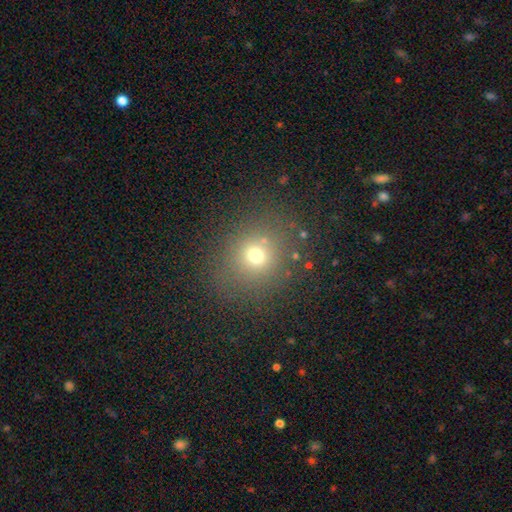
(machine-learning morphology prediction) This is likely a smooth galaxy (68%). How rounded: likely round (79%). Merging: clearly none (82%).